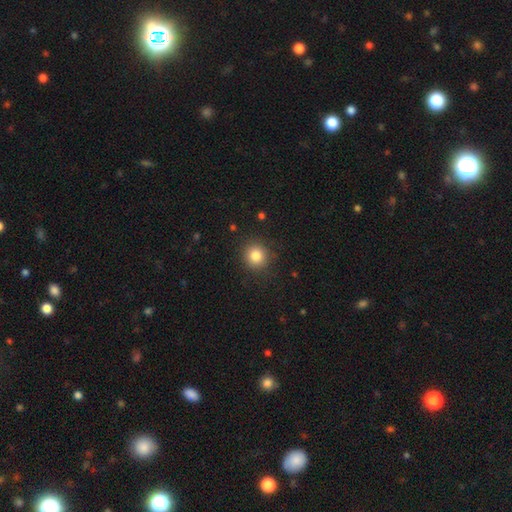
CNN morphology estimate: Smooth or featured? Predicted: smooth (p=0.83). How rounded? Predicted: round (p=0.90). Merging? Predicted: none (p=0.89).